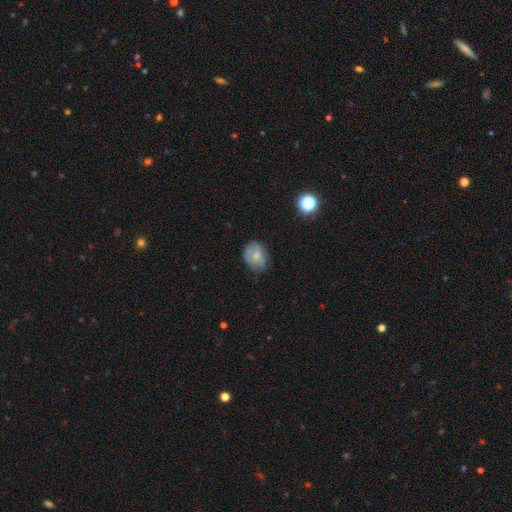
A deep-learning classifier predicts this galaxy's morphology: Smooth or featured: smooth — 54% (featured or disk — 35%)
How rounded: in between — 58% (round — 41%)
Merging: none — 59% (minor disturbance — 28%)